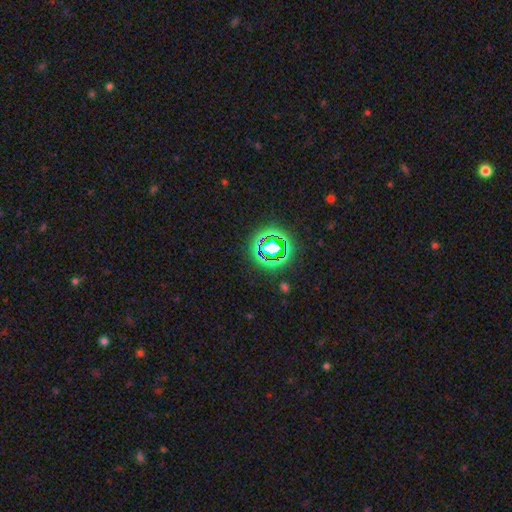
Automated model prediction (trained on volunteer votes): Smooth or featured? Predicted: star or artifact (p=0.71).